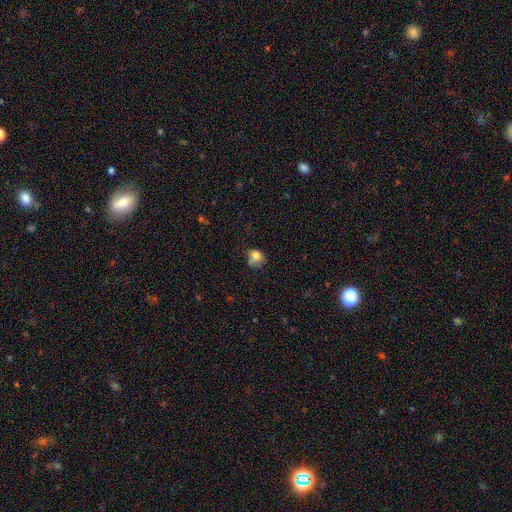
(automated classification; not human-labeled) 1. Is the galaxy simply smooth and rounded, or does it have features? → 77% smooth, 12% featured or disk, 11% star or artifact.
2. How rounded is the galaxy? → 63% round, 36% in between, 1% cigar-shaped.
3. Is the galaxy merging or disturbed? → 42% none, 29% minor disturbance, 15% merger, 14% major disturbance.